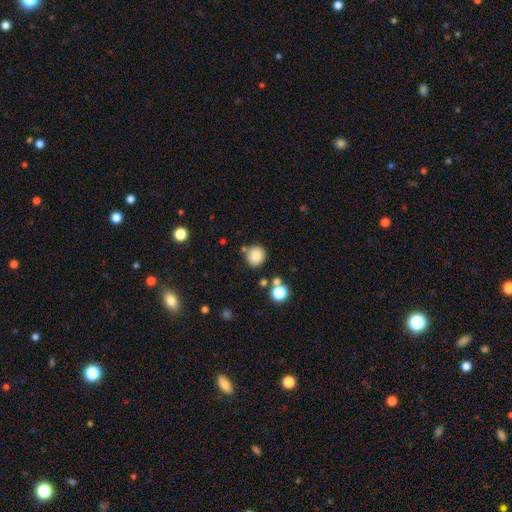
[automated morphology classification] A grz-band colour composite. It shows a smooth galaxy with no disk features (83%) that is round (89%). Merging: none (79%).